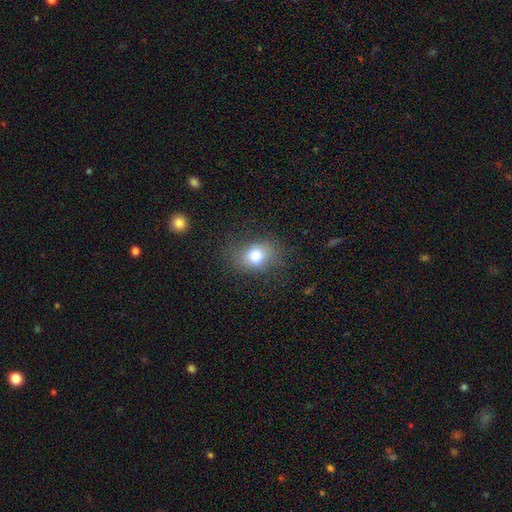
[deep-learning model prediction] Smooth or featured?
  - smooth: 77% *
  - star or artifact: 12%
  - featured or disk: 11%
How rounded?
  - in between: 57% *
  - round: 42%
  - cigar-shaped: 1%
Merging?
  - none: 74% *
  - minor disturbance: 17%
  - major disturbance: 8%
  - merger: 1%